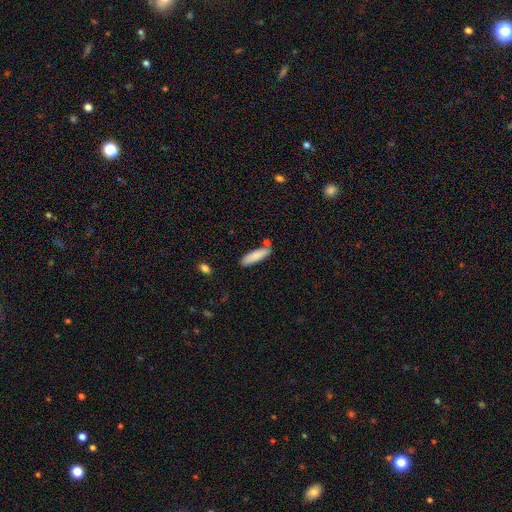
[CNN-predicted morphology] type=smooth (81%); roundness=cigar-shaped (63%); merging=none (75%).